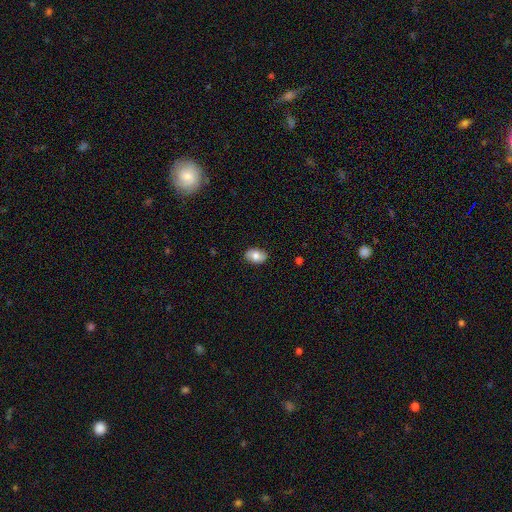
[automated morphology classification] The model was most divided on "smooth or featured": smooth: 76%, featured or disk: 17%, star or artifact: 7%. More confident: merging — none (86%); how rounded — in between (86%).